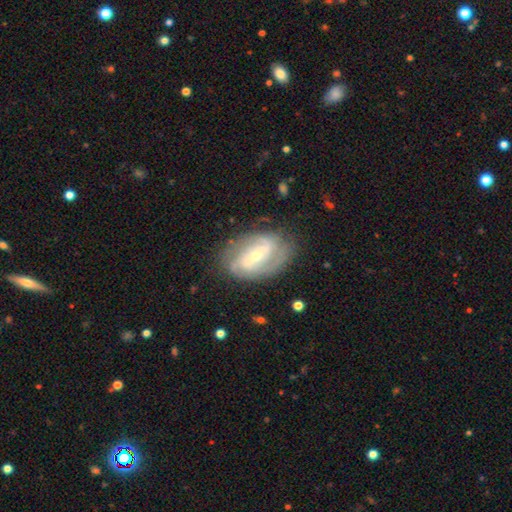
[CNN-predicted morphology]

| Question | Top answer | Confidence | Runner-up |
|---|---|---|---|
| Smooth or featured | featured or disk | 84% | smooth (11%) |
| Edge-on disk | no | 96% | yes (4%) |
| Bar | strong | 43% | weak (38%) |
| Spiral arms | yes | 92% | no (8%) |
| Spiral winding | medium | 42% | tight (40%) |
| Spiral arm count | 2 | 61% | can't tell (18%) |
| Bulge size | small | 65% | moderate (31%) |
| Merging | none | 74% | minor disturbance (17%) |